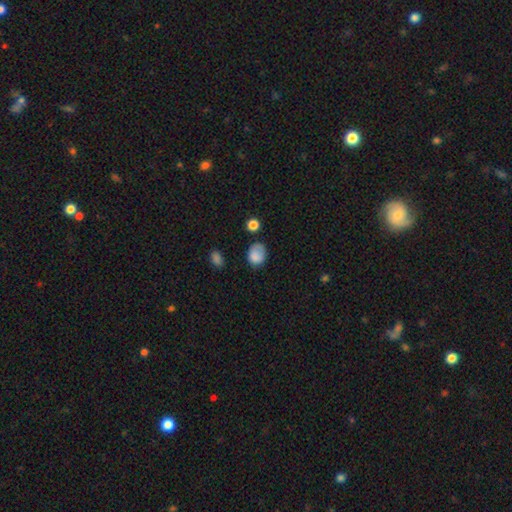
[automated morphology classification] Q: Smooth or featured?
A: smooth (83%); runner-up: star or artifact (10%)
Q: How rounded?
A: in between (56%); runner-up: round (43%)
Q: Merging?
A: none (56%); runner-up: minor disturbance (30%)